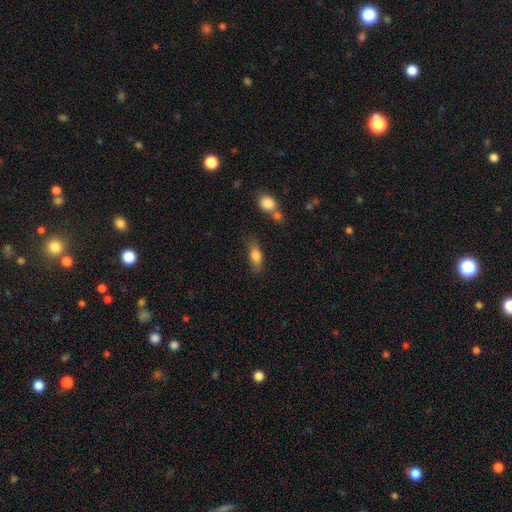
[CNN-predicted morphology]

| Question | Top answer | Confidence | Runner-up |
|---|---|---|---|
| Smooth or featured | smooth | 76% | featured or disk (16%) |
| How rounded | in between | 71% | cigar-shaped (23%) |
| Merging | none | 63% | minor disturbance (21%) |